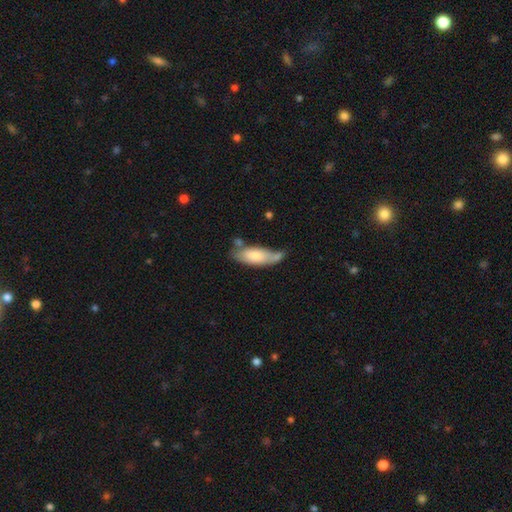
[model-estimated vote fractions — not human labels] Smooth or featured?
  - smooth: 72% *
  - featured or disk: 23%
  - star or artifact: 6%
How rounded?
  - in between: 70% *
  - cigar-shaped: 28%
  - round: 2%
Merging?
  - none: 44% *
  - minor disturbance: 28%
  - merger: 18%
  - major disturbance: 9%